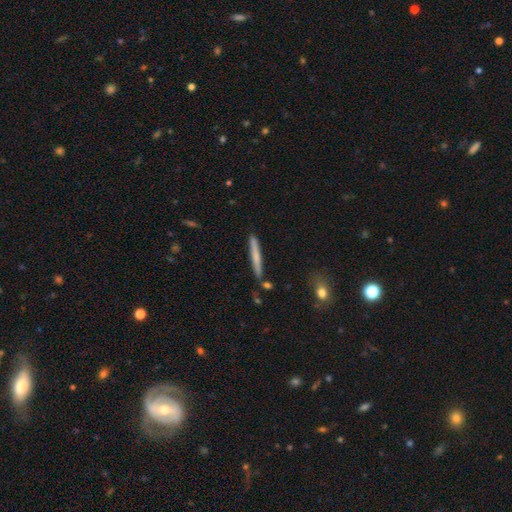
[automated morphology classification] smooth_or_featured: smooth (p=0.64) [alt: featured or disk p=0.30]
how_rounded: cigar-shaped (p=0.96) [alt: in between p=0.02]
merging: none (p=0.85) [alt: minor disturbance p=0.10]